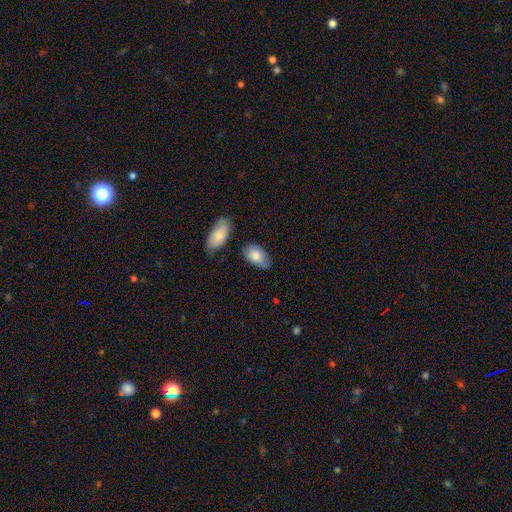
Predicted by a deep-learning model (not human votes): A smooth galaxy with no disk features (83%) that is in between round and cigar-shaped (92%).

Vote fractions:
- Smooth or featured? smooth: 83% / featured or disk: 11% / star or artifact: 6%
- How rounded? in between: 92% / round: 6% / cigar-shaped: 2%
- Merging? none: 64% / minor disturbance: 25% / merger: 6% / major disturbance: 5%